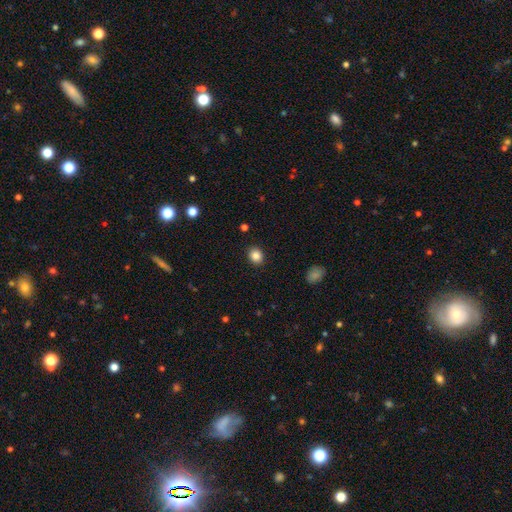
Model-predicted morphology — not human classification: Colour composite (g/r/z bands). It shows a smooth galaxy with no disk features (86%) that is round (68%). Merging: none (90%).